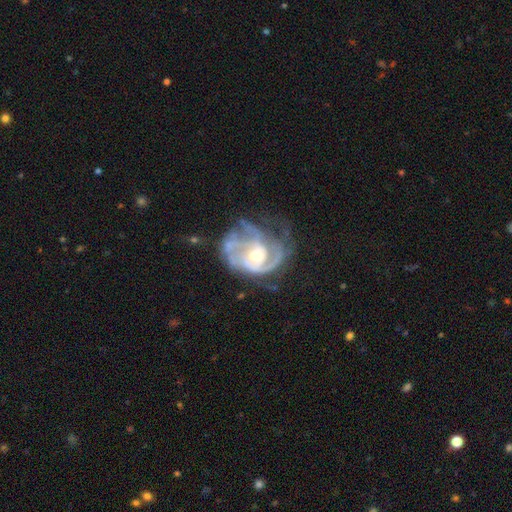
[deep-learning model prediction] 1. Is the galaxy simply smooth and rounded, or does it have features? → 86% featured or disk, 8% smooth, 6% star or artifact.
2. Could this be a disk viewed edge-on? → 98% no, 2% yes.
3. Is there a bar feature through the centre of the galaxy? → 72% no, 23% weak, 5% strong.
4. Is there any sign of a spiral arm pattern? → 89% yes, 11% no.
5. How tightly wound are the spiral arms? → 49% tight, 37% medium, 14% loose.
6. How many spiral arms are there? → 30% 2 (tied), 30% can't tell (tied), 20% 3, 10% 1, 6% 4, 4% more than 4.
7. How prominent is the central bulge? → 62% moderate, 32% small, 5% large, 1% none, 1% dominant.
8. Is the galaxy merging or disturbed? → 37% major disturbance, 35% none, 23% minor disturbance, 5% merger.